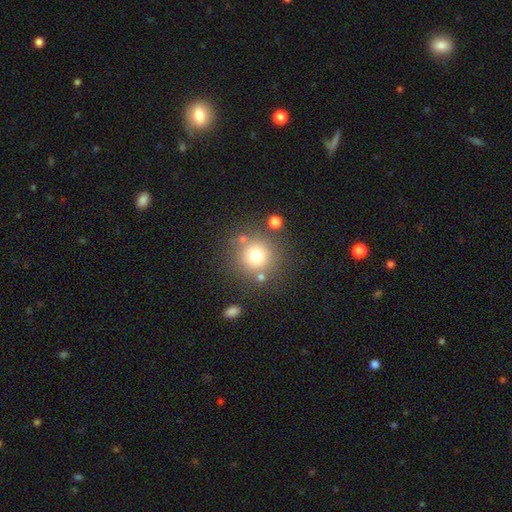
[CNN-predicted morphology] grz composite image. It shows a smooth galaxy with no disk features (75%) that is round (93%). Merging: none (77%).